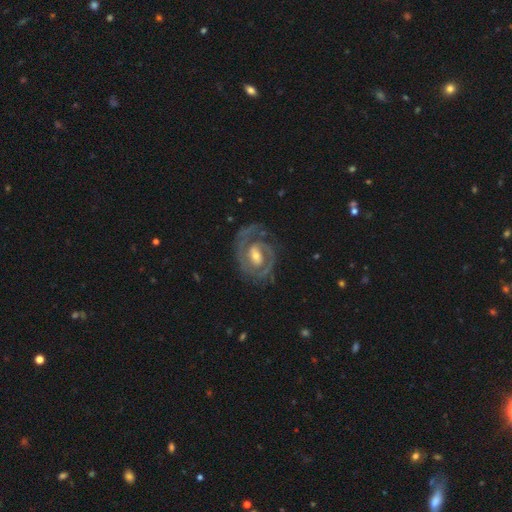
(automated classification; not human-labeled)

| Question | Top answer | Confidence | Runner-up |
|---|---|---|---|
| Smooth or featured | featured or disk | 89% | smooth (6%) |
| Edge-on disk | no | 97% | yes (3%) |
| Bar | weak | 48% | no (27%) |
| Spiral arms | yes | 95% | no (5%) |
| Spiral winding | tight | 57% | medium (35%) |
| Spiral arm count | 2 | 73% | can't tell (9%) |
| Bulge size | moderate | 53% | small (40%) |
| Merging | none | 70% | minor disturbance (17%) |